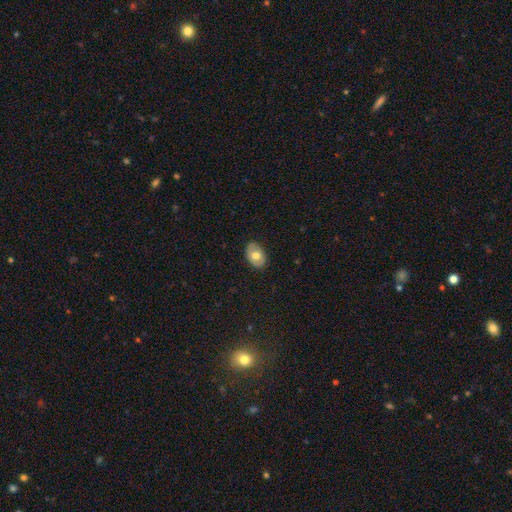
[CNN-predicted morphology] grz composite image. It shows a smooth galaxy with no disk features (64%) that is in between round and cigar-shaped (84%). Merging: none (84%).